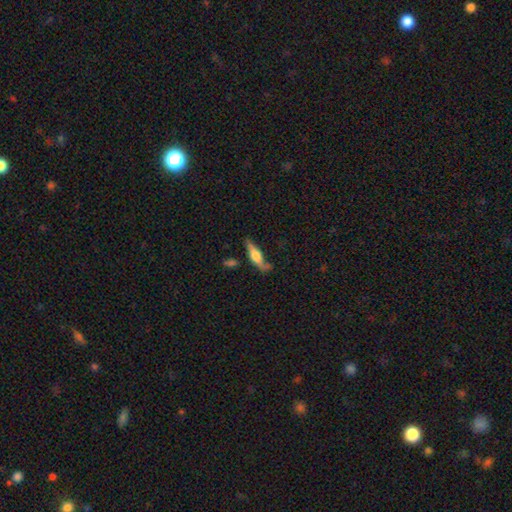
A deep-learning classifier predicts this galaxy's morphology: smooth-or-featured: featured or disk: 51% | smooth: 43% | star or artifact: 6%
  disk-edge-on: yes: 80% | no: 20%
  merging: none: 59% | minor disturbance: 24% | major disturbance: 11% | merger: 5%